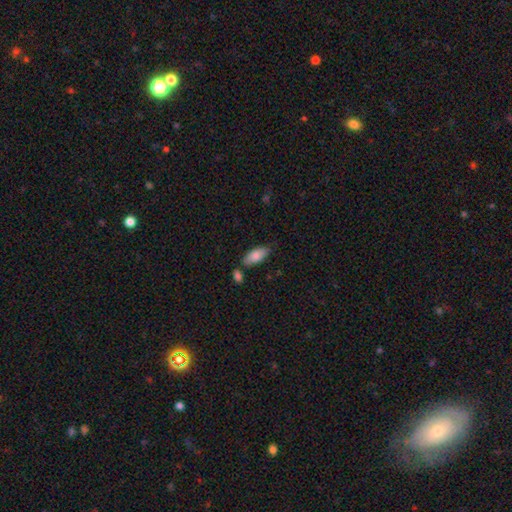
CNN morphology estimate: The model was most divided on "merging": none: 73%, minor disturbance: 15%, merger: 9%, major disturbance: 3%. More confident: how rounded — in between (84%); smooth or featured — smooth (82%).